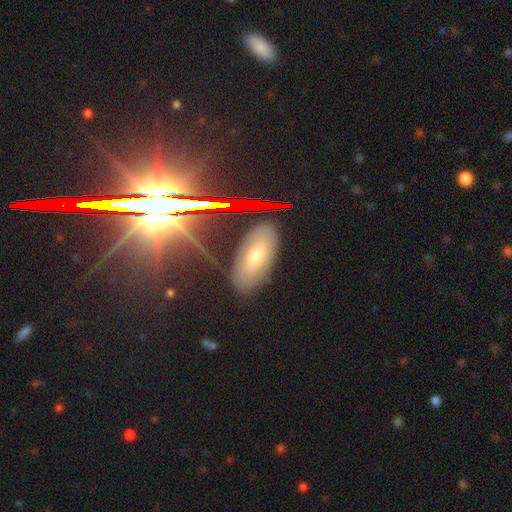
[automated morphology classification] smooth-or-featured: smooth: 46% | featured or disk: 31% | star or artifact: 22%
  merging: none: 82% | minor disturbance: 12% | major disturbance: 4% | merger: 2%